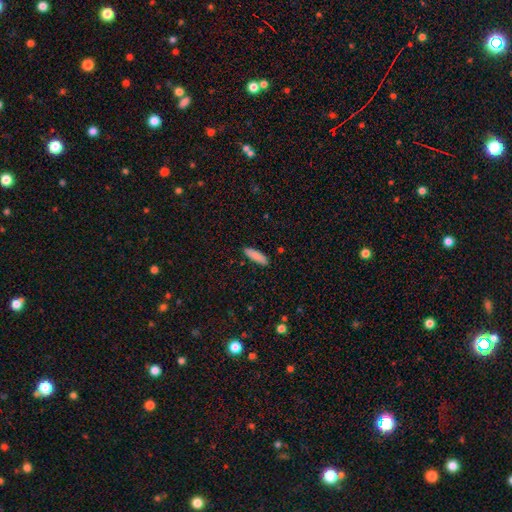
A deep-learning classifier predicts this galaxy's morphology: The model was most divided on "how rounded": cigar-shaped: 59%, in between: 39%, round: 2%. More confident: merging — none (88%); smooth or featured — smooth (87%).